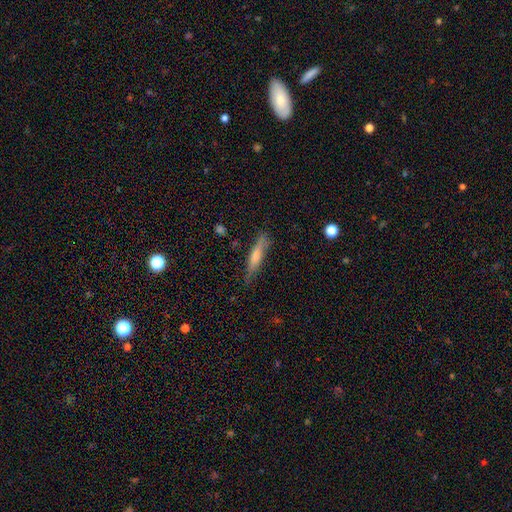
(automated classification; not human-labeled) Smooth or featured?
  - smooth: 51% *
  - featured or disk: 42%
  - star or artifact: 7%
How rounded?
  - cigar-shaped: 89% *
  - in between: 9%
  - round: 2%
Merging?
  - none: 82% *
  - minor disturbance: 14%
  - major disturbance: 3%
  - merger: 2%